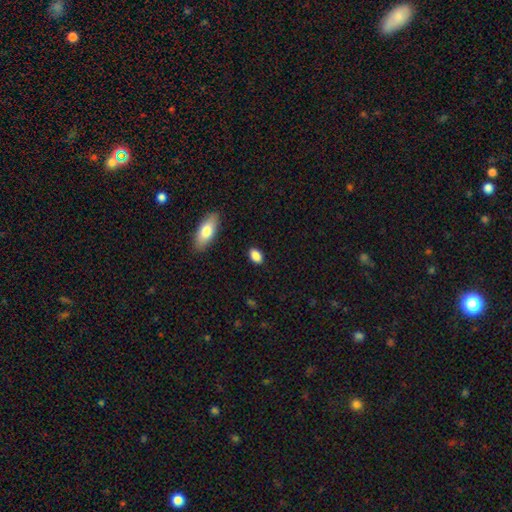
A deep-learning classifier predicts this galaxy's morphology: A smooth galaxy with no disk features (86%) that is in between round and cigar-shaped (88%).

Vote fractions:
- Smooth or featured? smooth: 86% / star or artifact: 8% / featured or disk: 6%
- How rounded? in between: 88% / round: 9% / cigar-shaped: 3%
- Merging? none: 86% / minor disturbance: 10% / major disturbance: 2% / merger: 2%